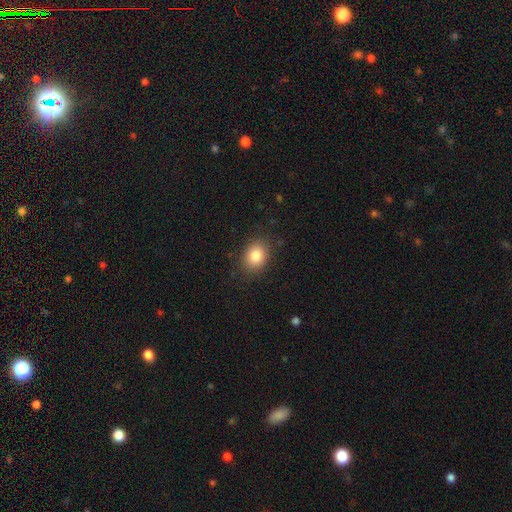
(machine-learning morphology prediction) This is clearly a smooth galaxy (83%). How rounded: possibly in between (55%). Merging: clearly none (85%).